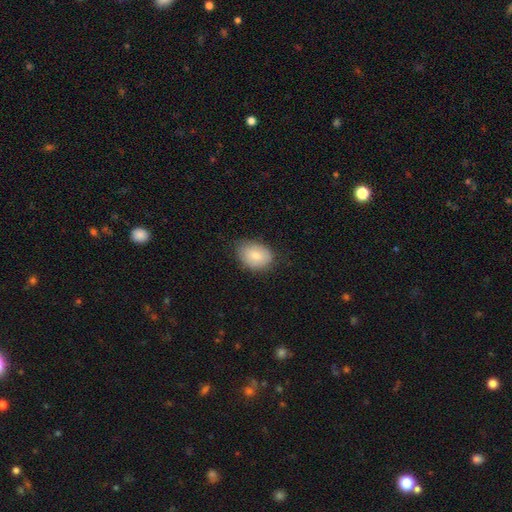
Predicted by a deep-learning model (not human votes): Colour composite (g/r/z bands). It shows a smooth galaxy with no disk features (84%) that is in between round and cigar-shaped (73%). Merging: none (75%).